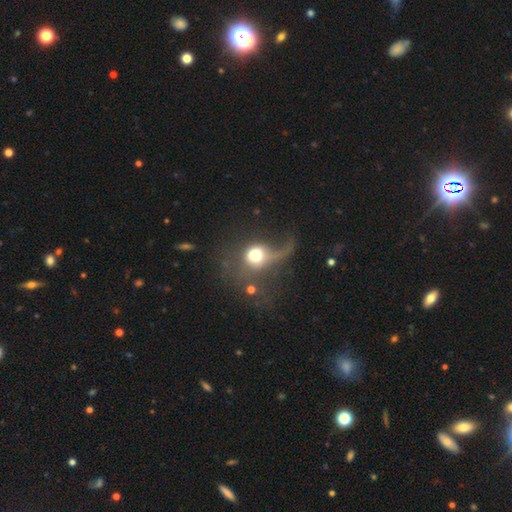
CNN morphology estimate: Smooth or featured? smooth (52%)
How rounded? round (70%)
Merging? major disturbance (53%)